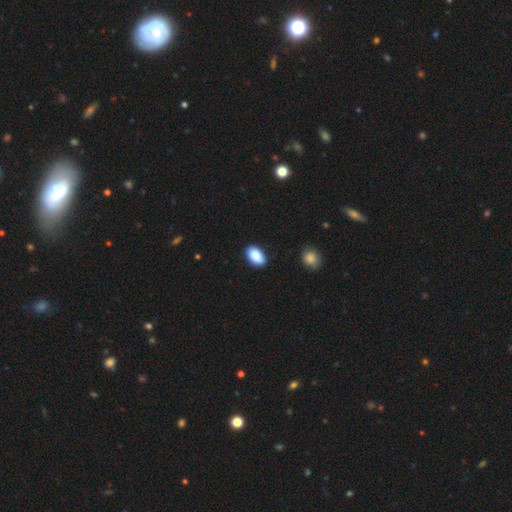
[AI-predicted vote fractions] Overall: smooth (89%). How rounded: in between (92%). Merging: none (86%).